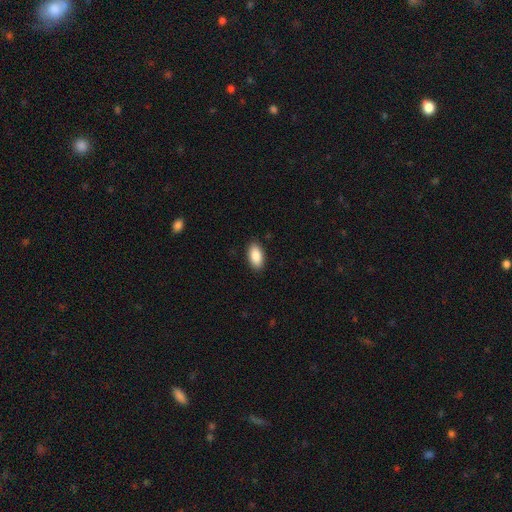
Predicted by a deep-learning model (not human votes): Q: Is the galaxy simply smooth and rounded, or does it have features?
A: smooth — 89%.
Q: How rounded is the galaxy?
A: in between — 94%.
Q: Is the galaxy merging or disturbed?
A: none — 89%.